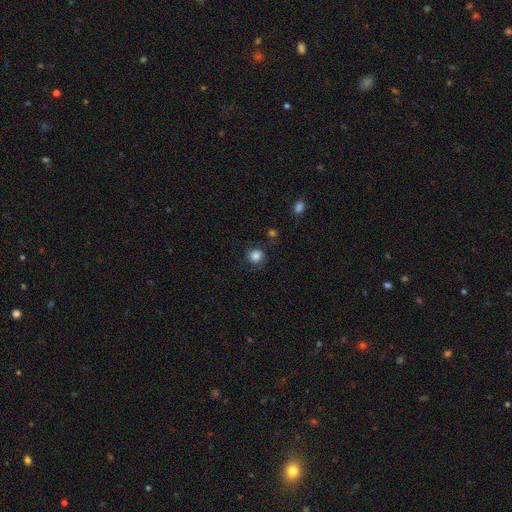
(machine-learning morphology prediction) smooth-or-featured: smooth: 79% | featured or disk: 11% | star or artifact: 10%
  how-rounded: round: 88% | in between: 11% | cigar-shaped: 1%
  merging: none: 77% | minor disturbance: 15% | major disturbance: 6% | merger: 2%